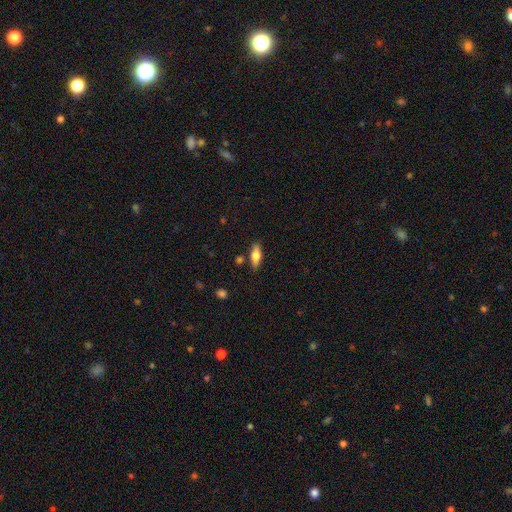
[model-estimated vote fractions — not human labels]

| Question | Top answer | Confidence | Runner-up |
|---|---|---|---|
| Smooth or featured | smooth | 65% | featured or disk (28%) |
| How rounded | in between | 67% | cigar-shaped (30%) |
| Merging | none | 81% | minor disturbance (12%) |